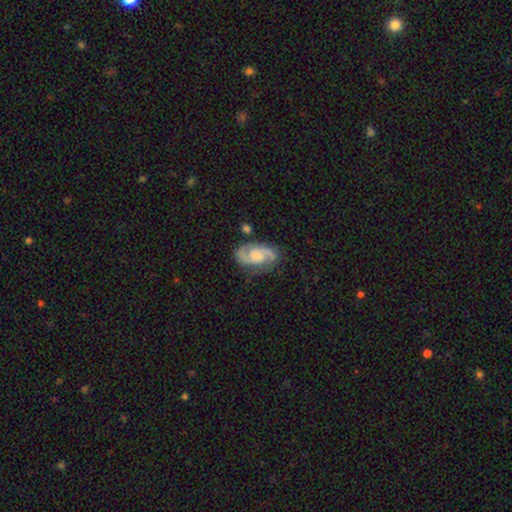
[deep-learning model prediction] A featured or disk galaxy (85%) with no bar (57%), 2 (92%) medium (52%) spiral arms (97%) and a moderate central bulge (45%).

Vote fractions:
- Smooth or featured? featured or disk: 85% / smooth: 10% / star or artifact: 5%
- Edge-on disk? no: 97% / yes: 3%
- Bar? no: 57% / weak: 36% / strong: 7%
- Spiral arms? yes: 97% / no: 3%
- Spiral winding? medium: 52% / tight: 30% / loose: 17%
- Spiral arm count? 2: 92% / can't tell: 3% / 1: 1% / 3: 1% / 4: 1% / more than 4: 1%
- Bulge size? moderate: 45% / small: 27% / none: 15% / large: 12% / dominant: 2%
- Merging? none: 78% / minor disturbance: 15% / major disturbance: 5% / merger: 3%